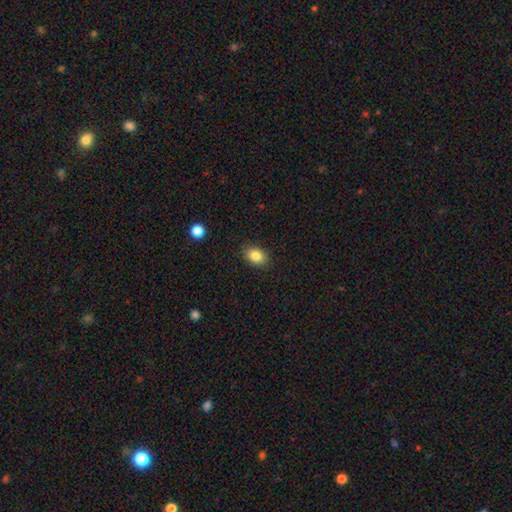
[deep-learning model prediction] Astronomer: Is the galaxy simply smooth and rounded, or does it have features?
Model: smooth — 84%.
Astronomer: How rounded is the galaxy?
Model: in between — 74%.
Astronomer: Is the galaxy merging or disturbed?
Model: none — 87%.